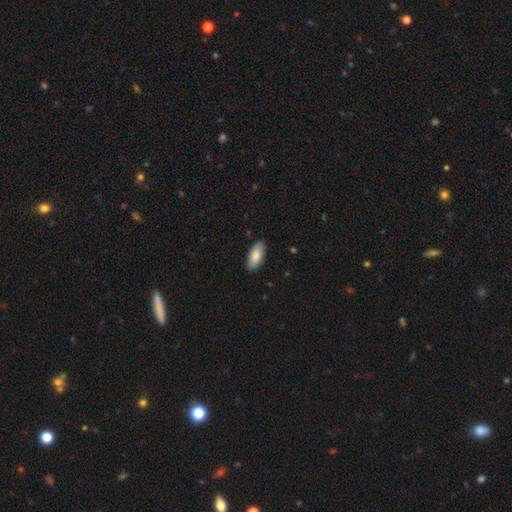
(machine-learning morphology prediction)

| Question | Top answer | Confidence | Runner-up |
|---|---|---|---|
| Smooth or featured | smooth | 83% | featured or disk (12%) |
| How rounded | in between | 90% | cigar-shaped (8%) |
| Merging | none | 88% | minor disturbance (9%) |